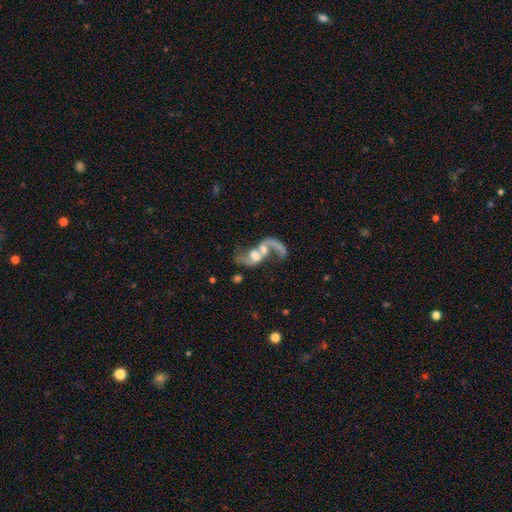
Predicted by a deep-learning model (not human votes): Smooth or featured?
  - featured or disk: 77% *
  - smooth: 15%
  - star or artifact: 8%
Edge-on disk?
  - no: 96% *
  - yes: 4%
Bar?
  - no: 47% *
  - weak: 37%
  - strong: 16%
Spiral arms?
  - yes: 84% *
  - no: 16%
Spiral winding?
  - loose: 81% *
  - medium: 16%
  - tight: 3%
Spiral arm count?
  - 2: 72% *
  - 1: 22%
  - can't tell: 4%
  - 3: 1%
  - 4: 1%
  - more than 4: 1%
Bulge size?
  - moderate: 46% *
  - small: 20%
  - large: 19%
  - none: 12%
  - dominant: 3%
Merging?
  - merger: 60% *
  - none: 19%
  - major disturbance: 14%
  - minor disturbance: 7%